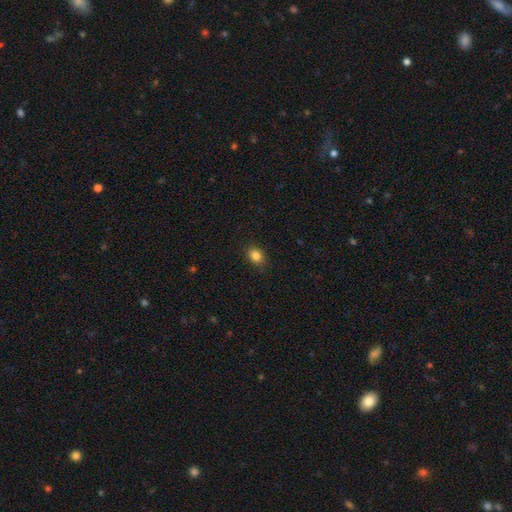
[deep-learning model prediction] This appears to be a smooth galaxy with no disk features (84%) that is in between round and cigar-shaped (58%). Merging: none (87%).